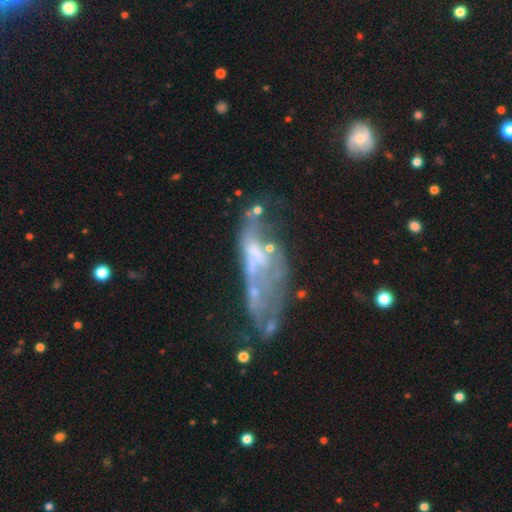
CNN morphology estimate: Q: Smooth or featured?
A: featured or disk (63%); runner-up: smooth (24%)
Q: Edge-on disk?
A: no (88%); runner-up: yes (12%)
Q: Bar?
A: no (73%); runner-up: weak (18%)
Q: Spiral arms?
A: no (77%); runner-up: yes (23%)
Q: Bulge size?
A: none (56%); runner-up: small (21%)
Q: Merging?
A: major disturbance (35%); runner-up: merger (24%)